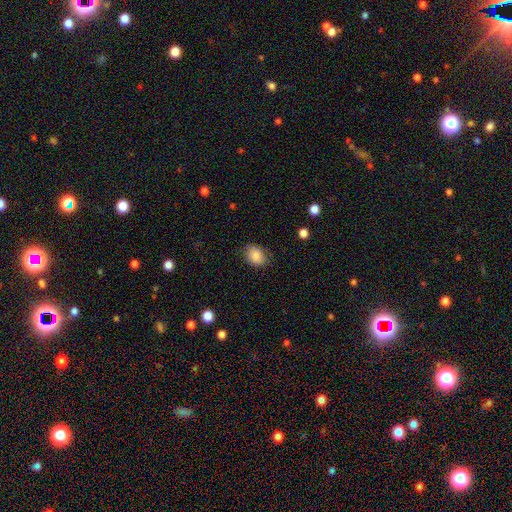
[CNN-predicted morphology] The model was most divided on "how rounded": in between: 67%, round: 32%, cigar-shaped: 1%. More confident: smooth or featured — smooth (86%); merging — none (77%).